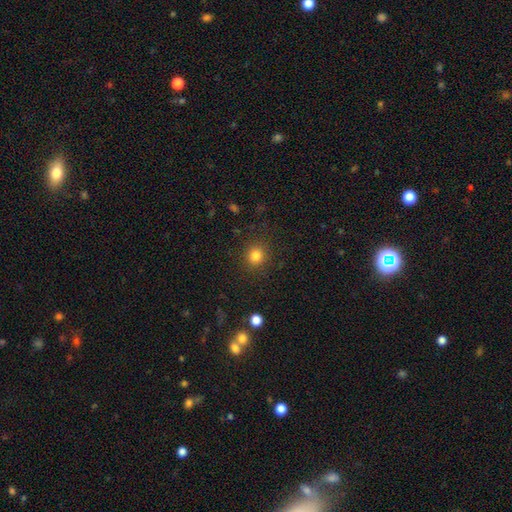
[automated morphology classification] Q: Smooth or featured?
A: smooth (82%); runner-up: star or artifact (12%)
Q: How rounded?
A: round (87%); runner-up: in between (12%)
Q: Merging?
A: none (88%); runner-up: minor disturbance (7%)